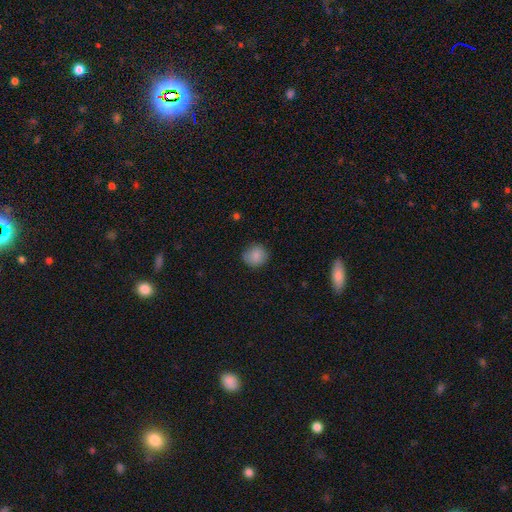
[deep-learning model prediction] This appears to be a smooth galaxy with no disk features (86%) that is round (90%). Merging: none (85%).